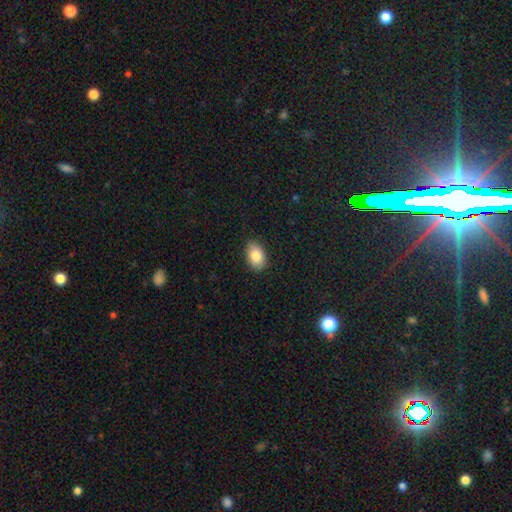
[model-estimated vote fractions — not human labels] Smooth or featured? smooth (85%)
How rounded? in between (88%)
Merging? none (87%)